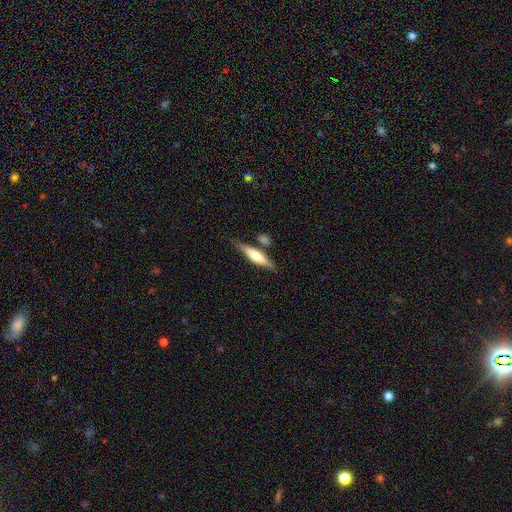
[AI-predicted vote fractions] Smooth or featured?
  - featured or disk: 50% *
  - smooth: 44%
  - star or artifact: 6%
Edge-on disk?
  - yes: 94% *
  - no: 6%
Merging?
  - none: 72% *
  - minor disturbance: 13%
  - merger: 12%
  - major disturbance: 3%